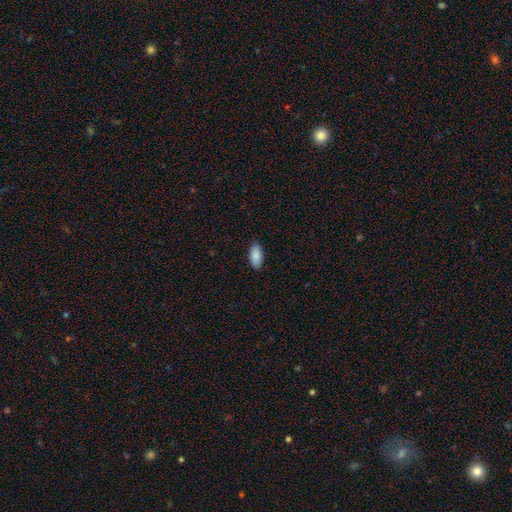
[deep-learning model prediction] This appears to be a smooth galaxy with no disk features (89%) that is in between round and cigar-shaped (90%). Merging: none (88%).